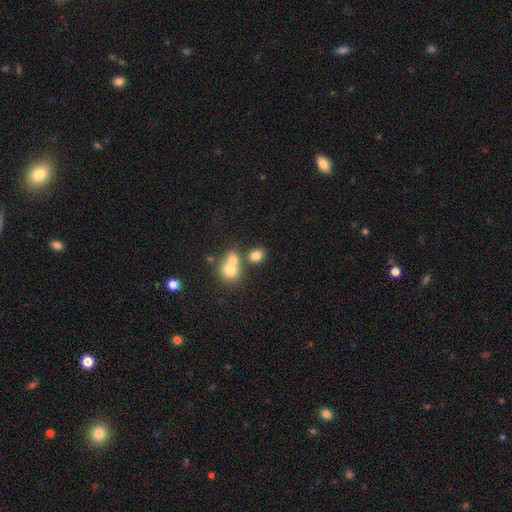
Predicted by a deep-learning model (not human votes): Smooth or featured? smooth (78%)
How rounded? round (53%)
Merging? none (52%)